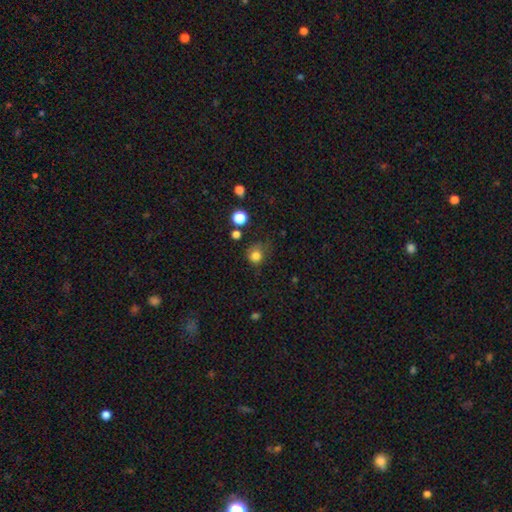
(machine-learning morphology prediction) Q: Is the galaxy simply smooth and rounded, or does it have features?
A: smooth — 81%.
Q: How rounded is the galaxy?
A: round — 82%.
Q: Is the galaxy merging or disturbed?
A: none — 54%.